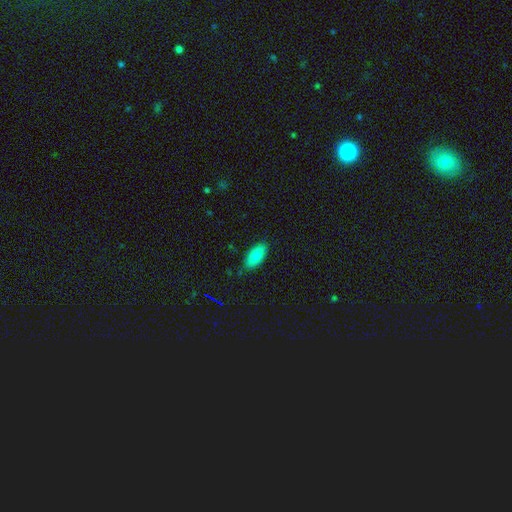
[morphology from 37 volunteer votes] Smooth or featured: smooth — 92% (star or artifact — 5%)
How rounded: in between — 100%
Merging: none — 83% (minor disturbance — 14%)